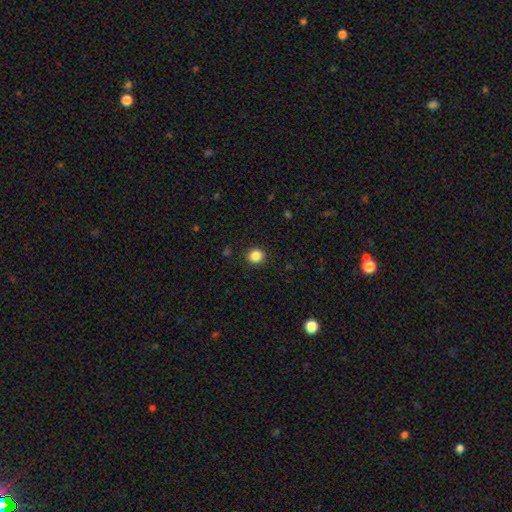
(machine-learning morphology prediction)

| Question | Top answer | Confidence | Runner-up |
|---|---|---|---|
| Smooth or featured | smooth | 86% | star or artifact (11%) |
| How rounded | round | 90% | in between (10%) |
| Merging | none | 91% | minor disturbance (6%) |